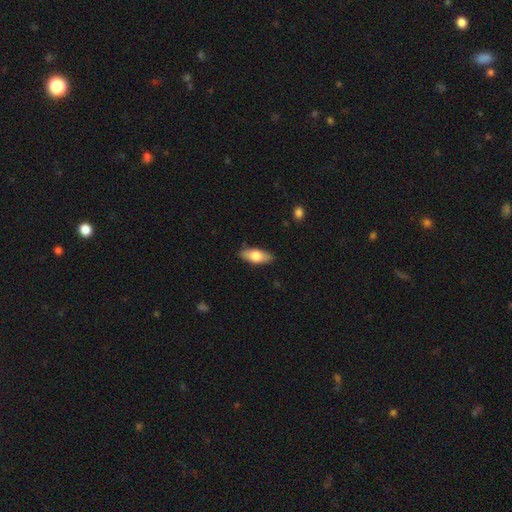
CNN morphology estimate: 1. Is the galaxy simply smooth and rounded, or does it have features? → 71% smooth, 23% featured or disk, 6% star or artifact.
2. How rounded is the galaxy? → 78% in between, 19% cigar-shaped, 3% round.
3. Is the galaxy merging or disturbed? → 86% none, 11% minor disturbance, 2% major disturbance, 1% merger.